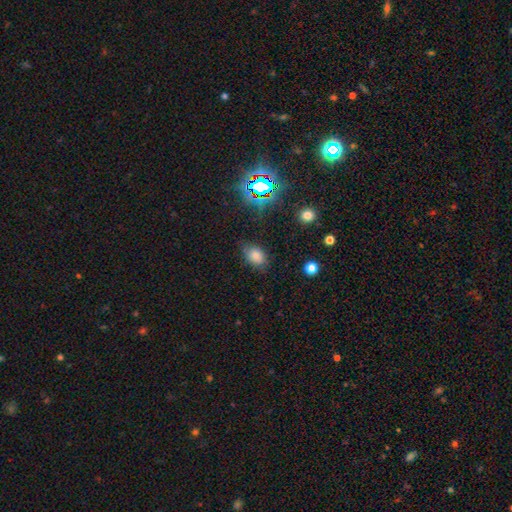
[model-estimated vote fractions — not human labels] Smooth or featured?
  - smooth: 75% *
  - star or artifact: 16%
  - featured or disk: 9%
How rounded?
  - in between: 80% *
  - round: 18%
  - cigar-shaped: 1%
Merging?
  - none: 73% *
  - minor disturbance: 20%
  - major disturbance: 5%
  - merger: 2%